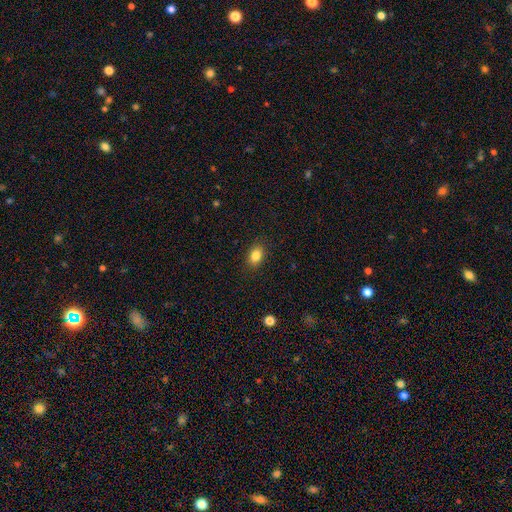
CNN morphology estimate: smooth 84%, star or artifact 10%, featured or disk 6%. Down the decision tree: how rounded — in between (75%); merging — none (87%).